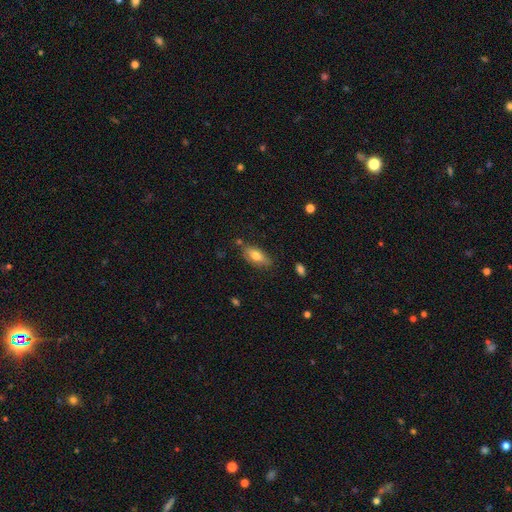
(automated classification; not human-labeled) smooth-or-featured: smooth: 71% | featured or disk: 22% | star or artifact: 7%
  how-rounded: in between: 79% | cigar-shaped: 18% | round: 3%
  merging: none: 74% | minor disturbance: 19% | merger: 4% | major disturbance: 4%